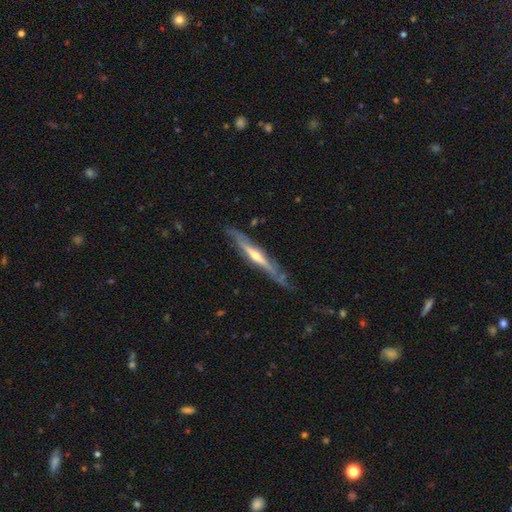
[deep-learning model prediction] This appears to be a featured or disk galaxy (76%) viewed edge-on (92%) with a rounded central bulge (75%). Merging: none (73%).